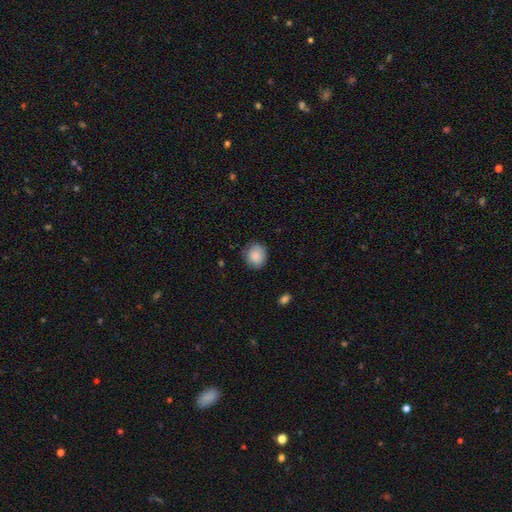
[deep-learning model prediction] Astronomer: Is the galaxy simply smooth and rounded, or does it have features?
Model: smooth — 87%.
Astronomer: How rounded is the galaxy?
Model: round — 72%.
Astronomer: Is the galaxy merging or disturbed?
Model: none — 80%.